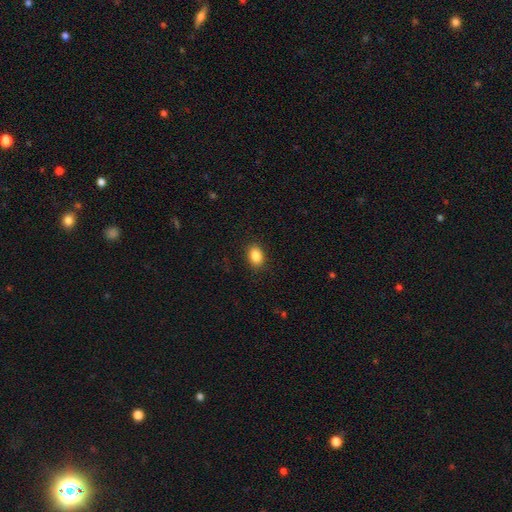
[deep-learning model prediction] smooth-or-featured: smooth: 87% | star or artifact: 8% | featured or disk: 5%
  how-rounded: in between: 80% | round: 18% | cigar-shaped: 1%
  merging: none: 88% | minor disturbance: 9% | major disturbance: 2% | merger: 1%